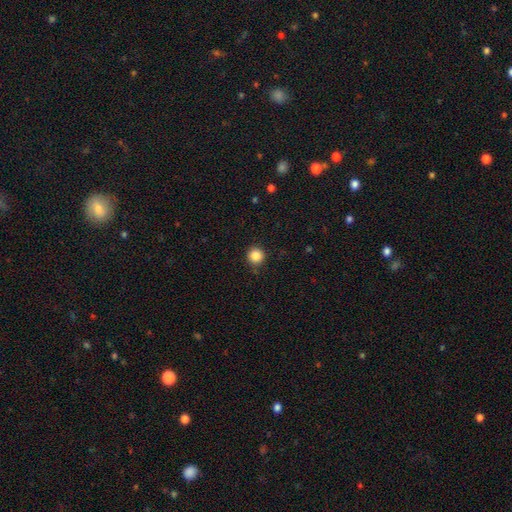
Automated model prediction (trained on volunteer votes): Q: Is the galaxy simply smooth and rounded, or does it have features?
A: smooth — 86%.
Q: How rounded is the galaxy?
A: round — 95%.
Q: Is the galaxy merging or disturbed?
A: none — 89%.